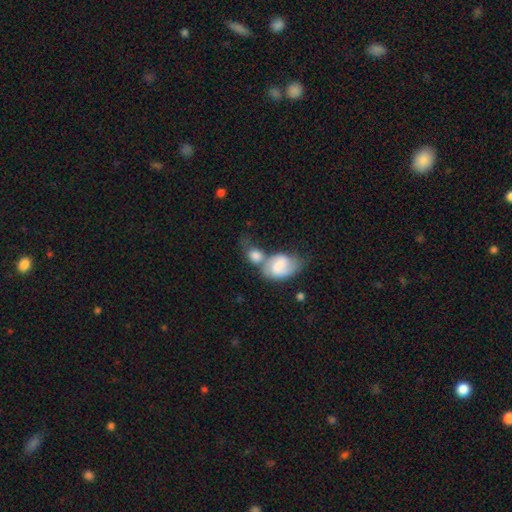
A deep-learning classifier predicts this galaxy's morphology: The model was most divided on "how rounded": in between: 63%, round: 35%, cigar-shaped: 2%. More confident: smooth or featured — smooth (66%); merging — merger (63%).